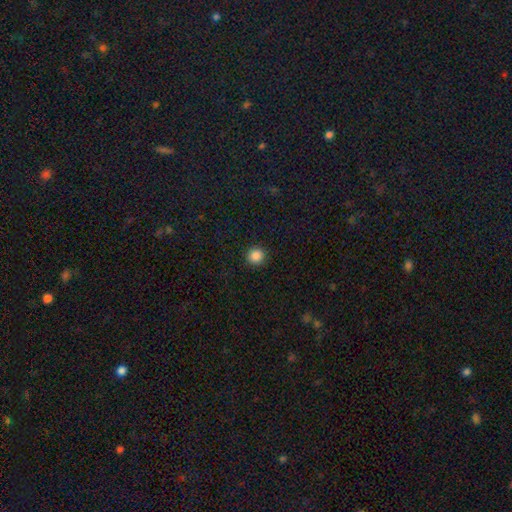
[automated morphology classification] This is clearly a smooth galaxy (87%). How rounded: clearly round (93%). Merging: clearly none (93%).